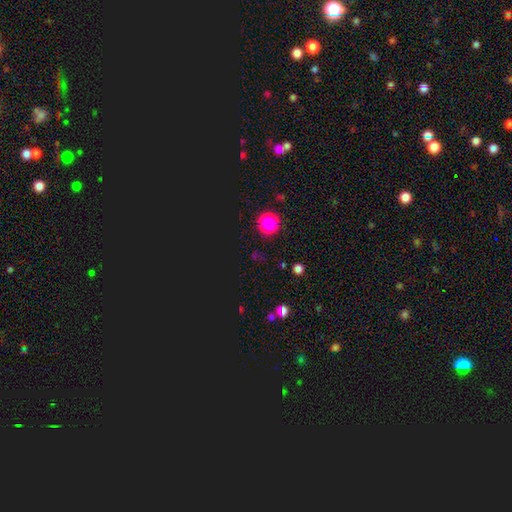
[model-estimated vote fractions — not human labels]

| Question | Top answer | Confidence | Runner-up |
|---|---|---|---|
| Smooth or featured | star or artifact | 63% | smooth (31%) |